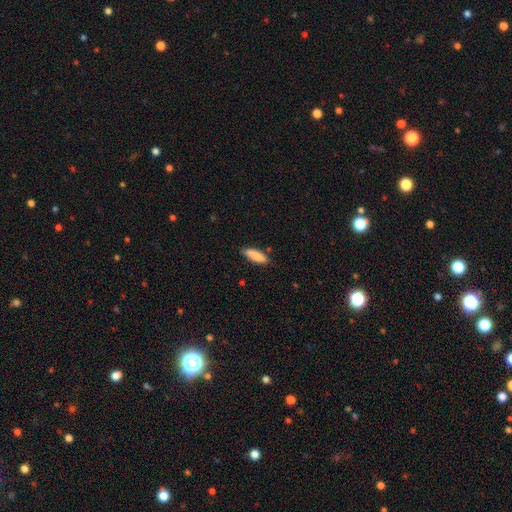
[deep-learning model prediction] Smooth or featured? smooth (87%)
How rounded? in between (50%)
Merging? none (80%)